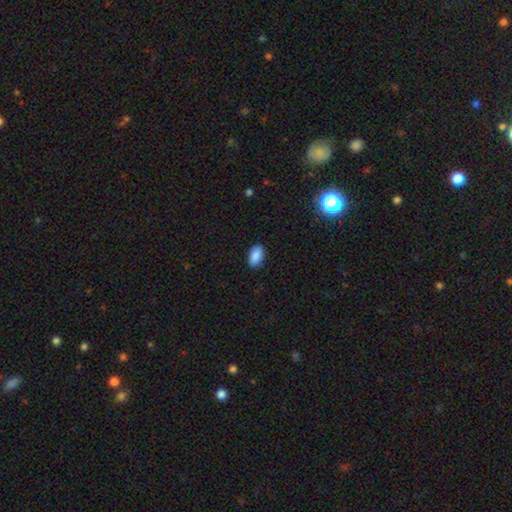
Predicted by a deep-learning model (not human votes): This is clearly a smooth galaxy (89%). How rounded: clearly in between (93%). Merging: clearly none (89%).